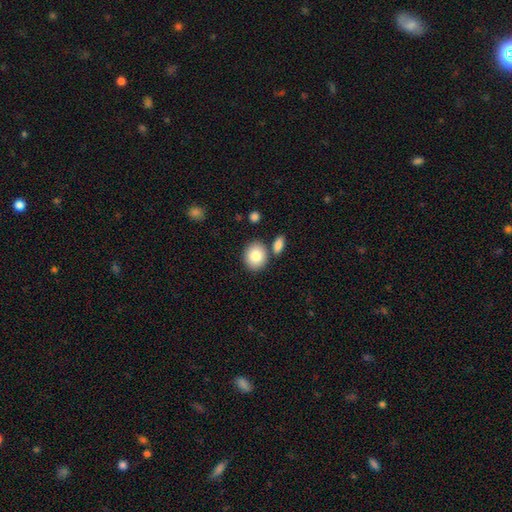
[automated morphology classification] smooth-or-featured: smooth: 85% | featured or disk: 8% | star or artifact: 7%
  how-rounded: round: 60% | in between: 39% | cigar-shaped: 1%
  merging: none: 75% | merger: 12% | minor disturbance: 10% | major disturbance: 3%